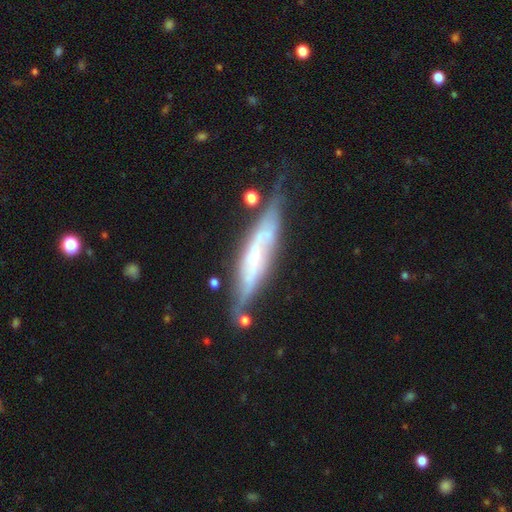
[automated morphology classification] featured or disk 67%, smooth 26%, star or artifact 7%. Down the decision tree: edge-on disk — yes (65%); merging — none (57%).